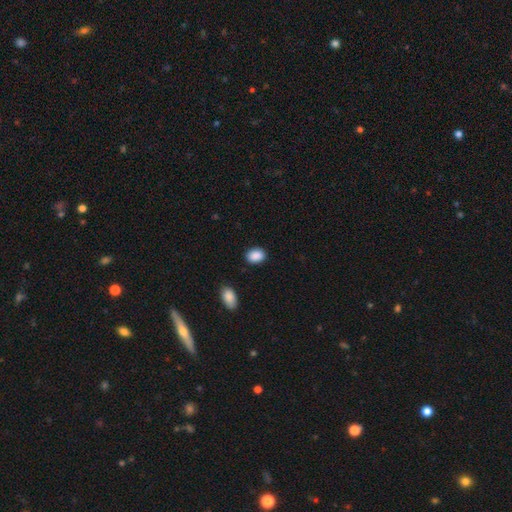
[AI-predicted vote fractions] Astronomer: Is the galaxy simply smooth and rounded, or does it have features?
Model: smooth — 90%.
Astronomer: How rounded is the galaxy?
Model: in between — 72%.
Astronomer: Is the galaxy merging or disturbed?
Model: none — 86%.